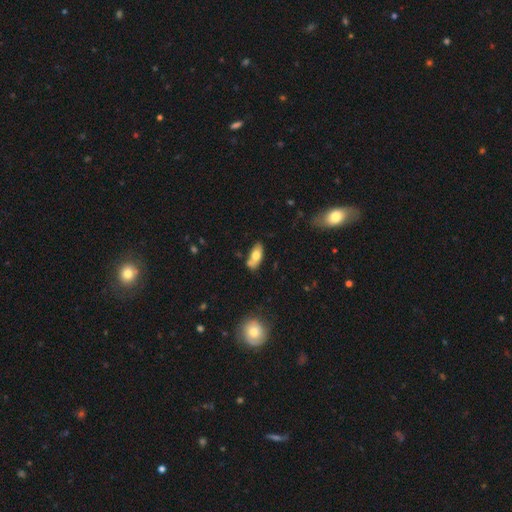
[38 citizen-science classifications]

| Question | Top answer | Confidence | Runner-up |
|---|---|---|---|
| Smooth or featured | smooth | 74% | featured or disk (24%) |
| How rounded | in between | 82% | cigar-shaped (14%) |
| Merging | none | 49% | minor disturbance (30%) |